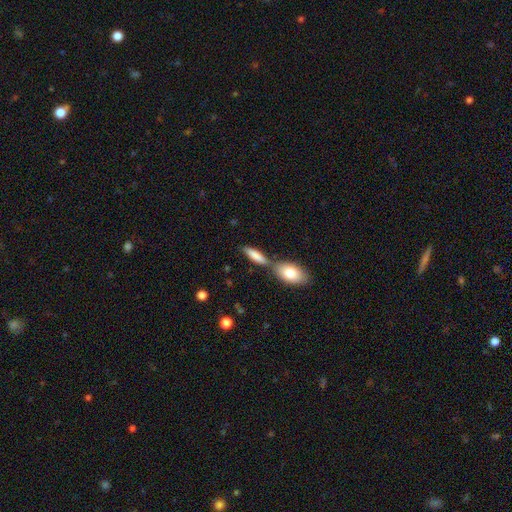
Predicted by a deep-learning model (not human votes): Q: Smooth or featured?
A: smooth (80%); runner-up: featured or disk (13%)
Q: How rounded?
A: in between (50%); runner-up: cigar-shaped (47%)
Q: Merging?
A: none (49%); runner-up: merger (36%)